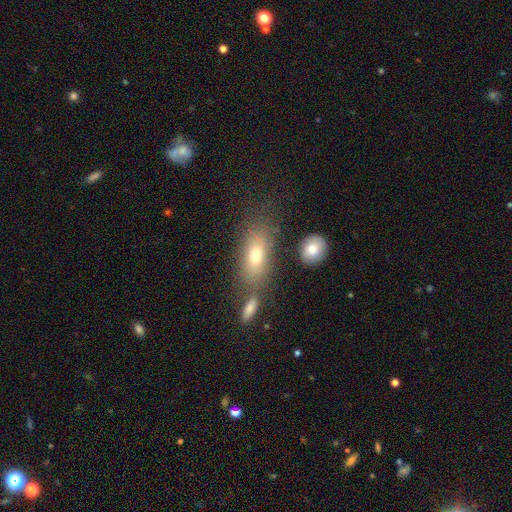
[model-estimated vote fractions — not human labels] Q: Smooth or featured?
A: smooth (68%); runner-up: featured or disk (21%)
Q: How rounded?
A: in between (76%); runner-up: cigar-shaped (17%)
Q: Merging?
A: none (63%); runner-up: minor disturbance (15%)